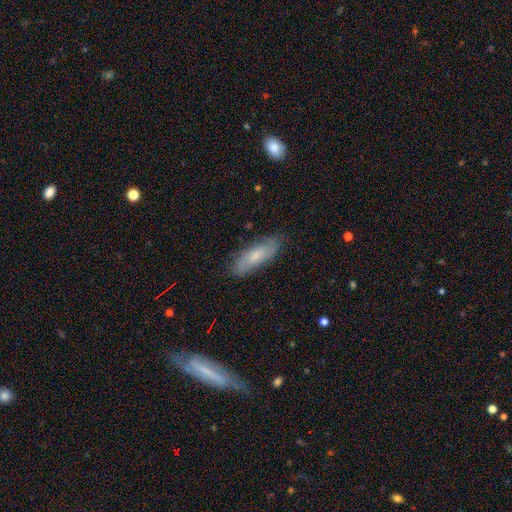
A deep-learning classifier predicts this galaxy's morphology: Overall: smooth (53%; featured or disk 40%). How rounded: in between (61%; cigar-shaped 37%). Merging: none (79%).